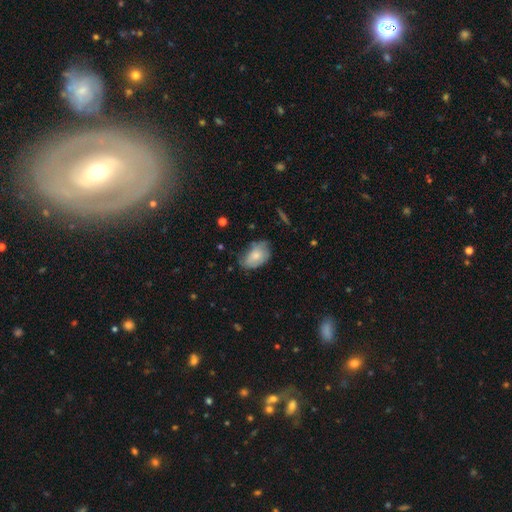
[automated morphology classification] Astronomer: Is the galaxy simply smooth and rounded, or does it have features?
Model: smooth — 74%.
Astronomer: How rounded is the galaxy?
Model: in between — 89%.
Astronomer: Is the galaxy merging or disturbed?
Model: none — 54% (runner-up: minor disturbance, 34%).